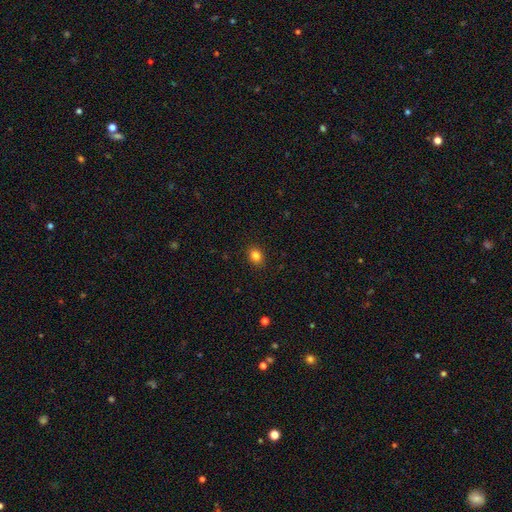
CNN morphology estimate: This is clearly a smooth galaxy (84%). How rounded: possibly round (51%). Merging: clearly none (90%).